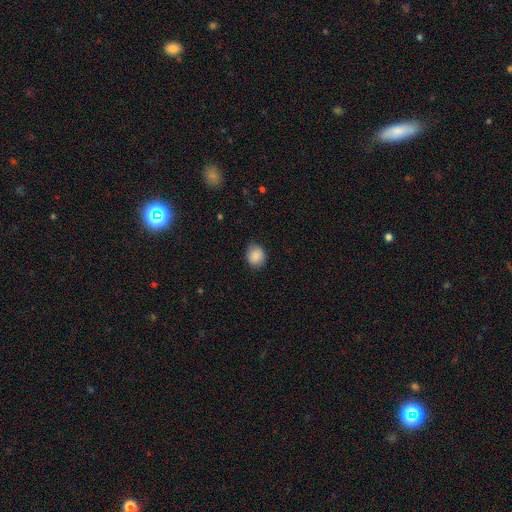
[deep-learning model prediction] smooth-or-featured: smooth: 87% | star or artifact: 8% | featured or disk: 6%
  how-rounded: round: 67% | in between: 32% | cigar-shaped: 1%
  merging: none: 82% | minor disturbance: 14% | major disturbance: 3% | merger: 1%